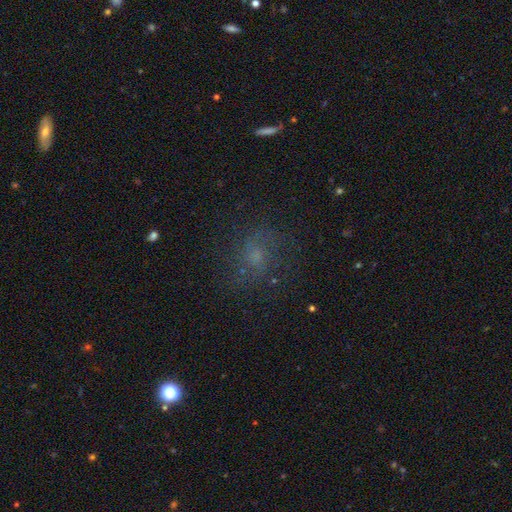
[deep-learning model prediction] Q: Smooth or featured?
A: smooth (38%); runner-up: featured or disk (37%)
Q: Merging?
A: none (67%); runner-up: minor disturbance (17%)